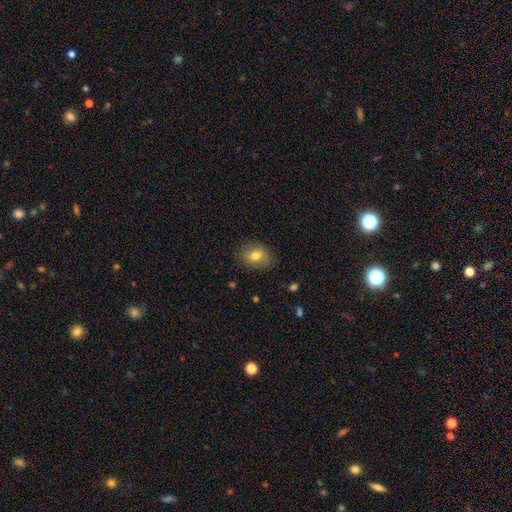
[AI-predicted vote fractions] Q: Smooth or featured?
A: smooth (76%); runner-up: featured or disk (15%)
Q: How rounded?
A: in between (64%); runner-up: round (35%)
Q: Merging?
A: none (82%); runner-up: minor disturbance (14%)